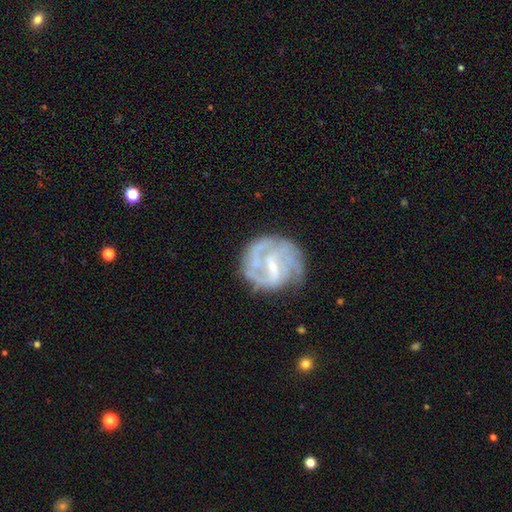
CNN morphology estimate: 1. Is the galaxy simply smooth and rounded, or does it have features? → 83% featured or disk, 10% smooth, 6% star or artifact.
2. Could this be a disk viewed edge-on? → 98% no, 2% yes.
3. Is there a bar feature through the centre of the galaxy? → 54% weak, 30% strong, 17% no.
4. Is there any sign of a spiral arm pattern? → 91% yes, 9% no.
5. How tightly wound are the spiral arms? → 44% tight, 40% medium, 16% loose.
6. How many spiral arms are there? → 30% 2, 28% can't tell, 23% 3, 9% 4, 6% 1, 5% more than 4.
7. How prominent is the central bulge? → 62% small, 25% moderate, 11% none, 1% large, 1% dominant.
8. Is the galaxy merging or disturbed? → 65% none, 20% minor disturbance, 13% major disturbance, 2% merger.